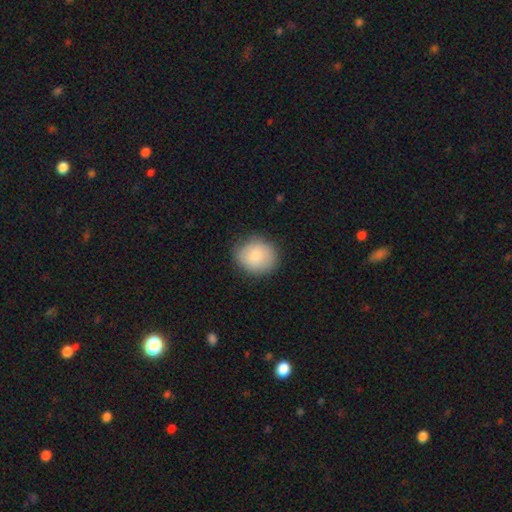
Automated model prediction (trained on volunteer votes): smooth 85%, featured or disk 8%, star or artifact 7%. Down the decision tree: how rounded — round (74%); merging — none (81%).